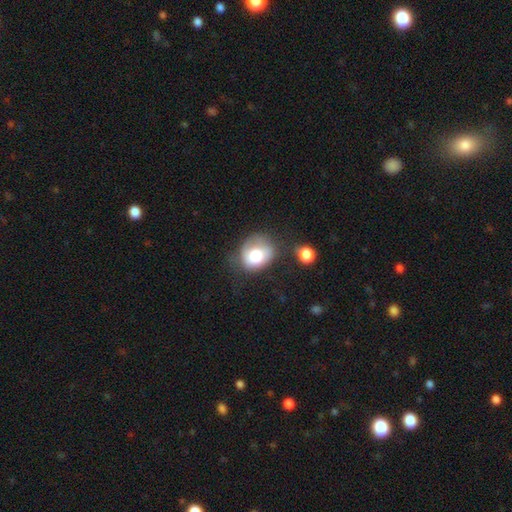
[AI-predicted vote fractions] Smooth or featured? smooth (72%)
How rounded? round (59%)
Merging? none (40%)